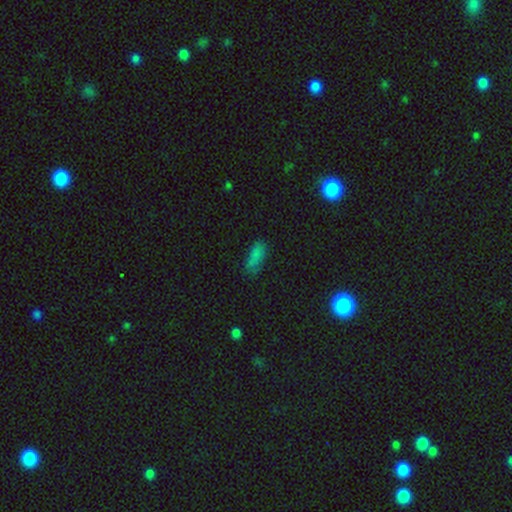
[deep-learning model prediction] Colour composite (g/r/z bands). It shows a smooth galaxy with no disk features (77%) that is in between round and cigar-shaped (78%). Merging: none (65%).